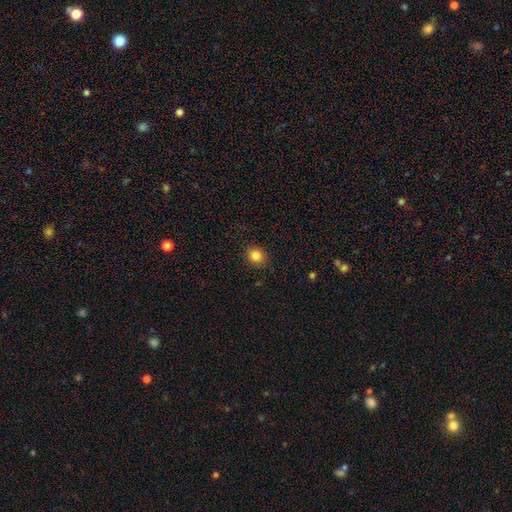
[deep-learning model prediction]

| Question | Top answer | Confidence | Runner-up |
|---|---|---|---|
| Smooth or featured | smooth | 84% | star or artifact (11%) |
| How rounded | round | 73% | in between (26%) |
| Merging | none | 89% | minor disturbance (8%) |